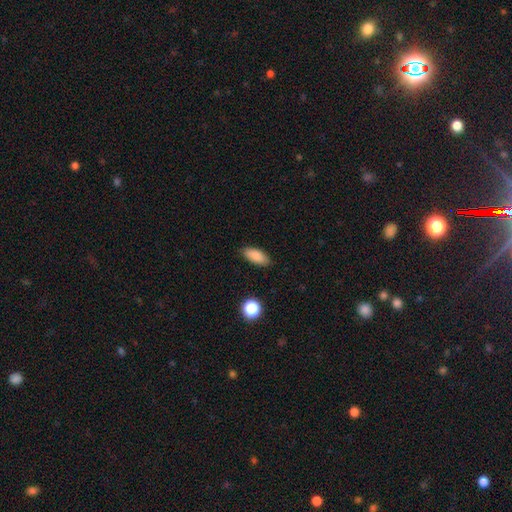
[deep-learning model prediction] smooth-or-featured: smooth: 87% | star or artifact: 8% | featured or disk: 5%
  how-rounded: in between: 83% | cigar-shaped: 14% | round: 3%
  merging: none: 86% | minor disturbance: 10% | major disturbance: 2% | merger: 1%